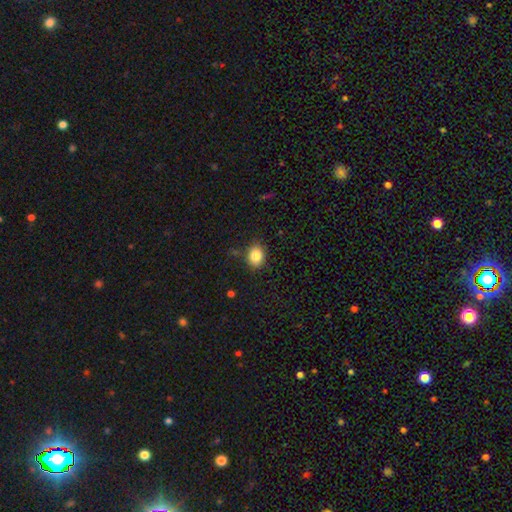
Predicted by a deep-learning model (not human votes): Smooth or featured: smooth — 84% (star or artifact — 9%)
How rounded: in between — 54% (round — 45%)
Merging: none — 83% (minor disturbance — 12%)